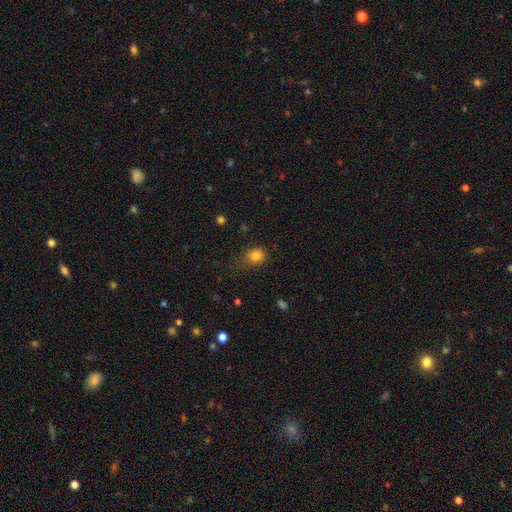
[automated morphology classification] smooth 81%, star or artifact 12%, featured or disk 6%. Down the decision tree: how rounded — round (60%); merging — none (67%).